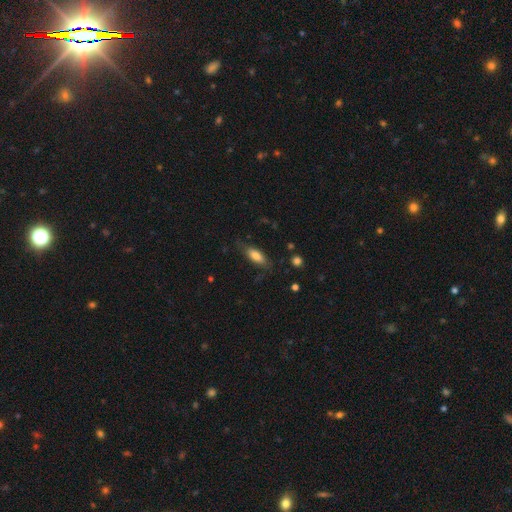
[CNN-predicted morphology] Q: Smooth or featured?
A: smooth (75%); runner-up: featured or disk (18%)
Q: How rounded?
A: in between (67%); runner-up: cigar-shaped (30%)
Q: Merging?
A: none (72%); runner-up: minor disturbance (20%)